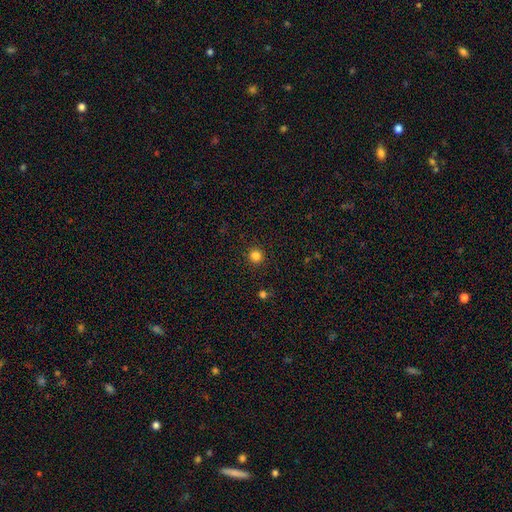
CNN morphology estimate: Q: Smooth or featured?
A: smooth (84%); runner-up: star or artifact (13%)
Q: How rounded?
A: round (95%); runner-up: in between (4%)
Q: Merging?
A: none (93%); runner-up: minor disturbance (5%)